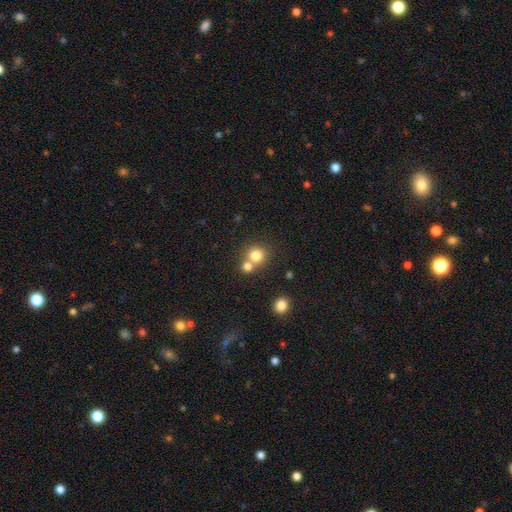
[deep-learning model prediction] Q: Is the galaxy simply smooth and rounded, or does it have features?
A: smooth — 79%.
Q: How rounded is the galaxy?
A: round — 88%.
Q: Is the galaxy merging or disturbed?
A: none — 52%.